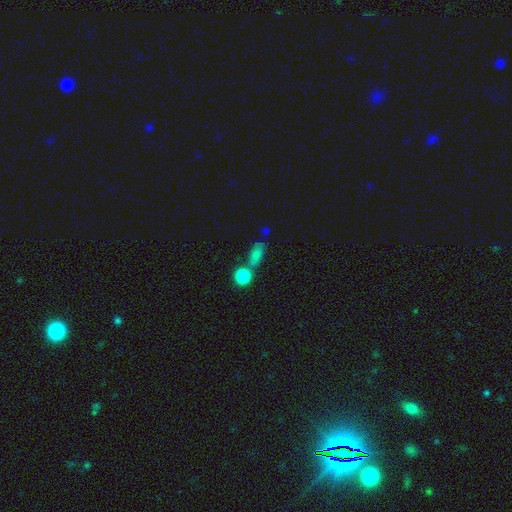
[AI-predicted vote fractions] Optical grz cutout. It shows a smooth galaxy with no disk features (77%) that is in between round and cigar-shaped (67%). Merging: none (51%).